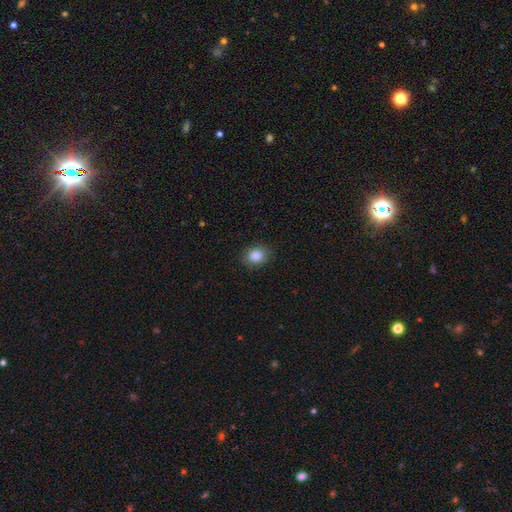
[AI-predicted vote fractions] smooth_or_featured: smooth (p=0.86) [alt: star or artifact p=0.09]
how_rounded: in between (p=0.55) [alt: round p=0.44]
merging: none (p=0.87) [alt: minor disturbance p=0.10]